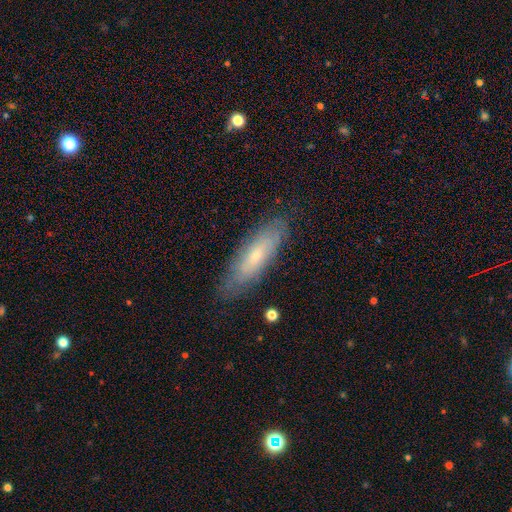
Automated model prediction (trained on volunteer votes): smooth 47%, featured or disk 46%, star or artifact 7%. Down the decision tree: merging — none (79%).